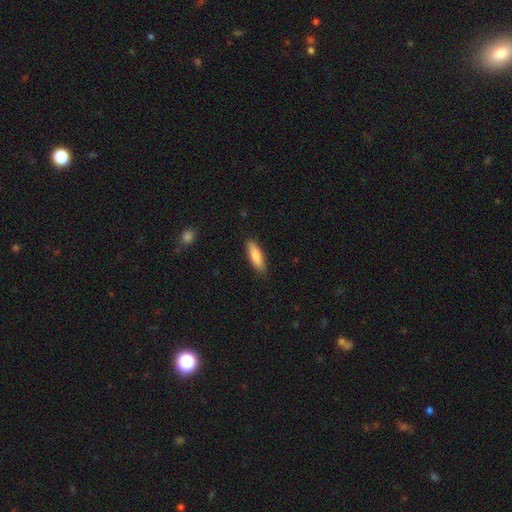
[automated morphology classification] Smooth or featured?
  - smooth: 83% *
  - featured or disk: 12%
  - star or artifact: 5%
How rounded?
  - cigar-shaped: 57% *
  - in between: 41%
  - round: 2%
Merging?
  - none: 87% *
  - minor disturbance: 10%
  - major disturbance: 2%
  - merger: 1%